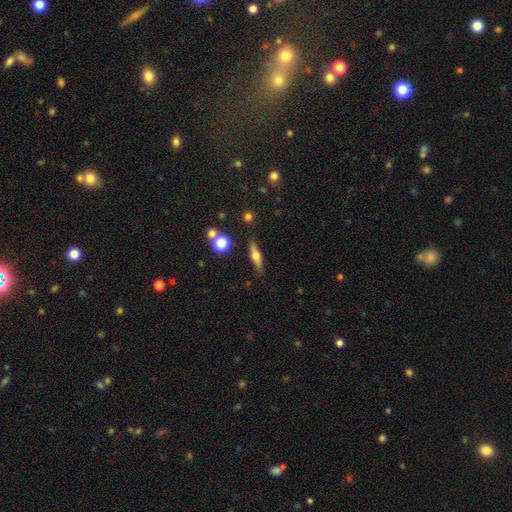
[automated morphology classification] type=featured or disk (49%); merging=none (84%).